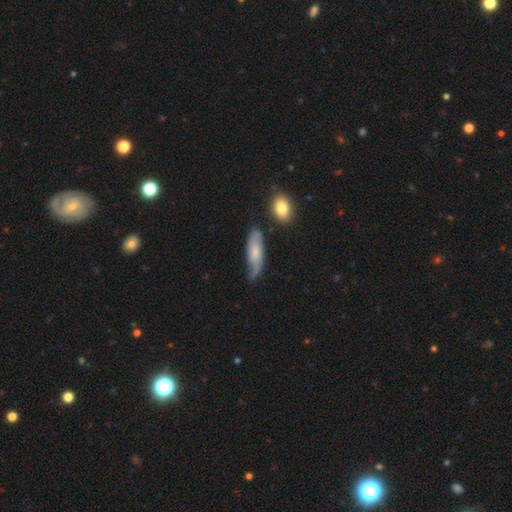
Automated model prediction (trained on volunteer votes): The model was most divided on "smooth or featured": featured or disk: 59%, smooth: 30%, star or artifact: 11%. More confident: edge-on disk — no (77%); merging — none (65%).